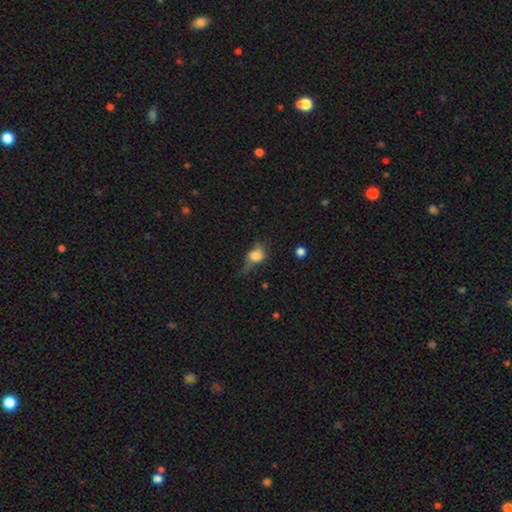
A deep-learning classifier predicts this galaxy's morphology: Smooth or featured? smooth (65%)
How rounded? in between (59%)
Merging? major disturbance (33%)